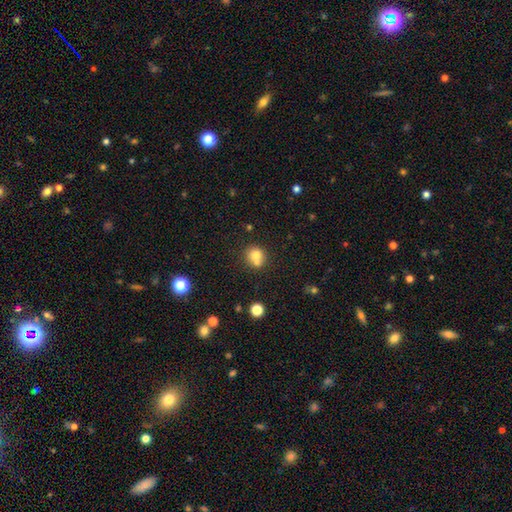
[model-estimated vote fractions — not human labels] Smooth or featured?
  - smooth: 73% *
  - featured or disk: 14%
  - star or artifact: 12%
How rounded?
  - round: 83% *
  - in between: 16%
  - cigar-shaped: 1%
Merging?
  - none: 47% *
  - merger: 40%
  - minor disturbance: 10%
  - major disturbance: 3%